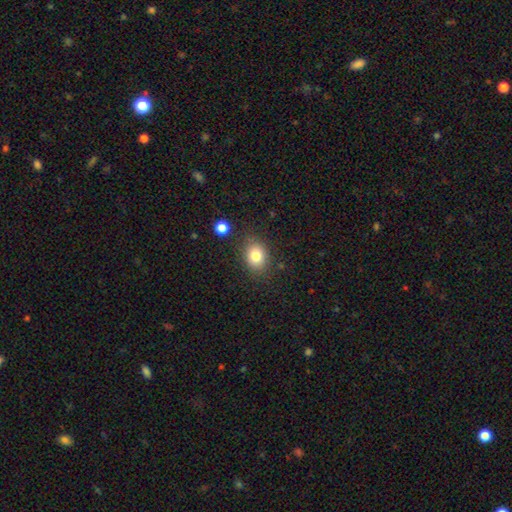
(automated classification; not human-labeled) A smooth galaxy with no disk features (80%) that is in between round and cigar-shaped (50%).

Vote fractions:
- Smooth or featured? smooth: 80% / star or artifact: 11% / featured or disk: 9%
- How rounded? in between: 50% / round: 49% / cigar-shaped: 1%
- Merging? none: 81% / minor disturbance: 12% / major disturbance: 4% / merger: 3%